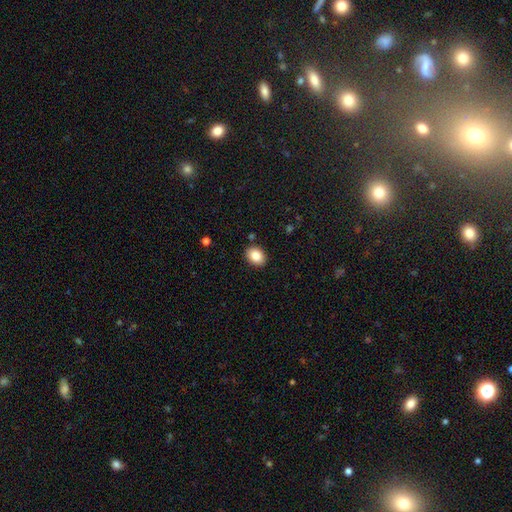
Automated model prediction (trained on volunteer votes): Morphology: type=smooth (86%); roundness=in between (68%); merging=none (89%).